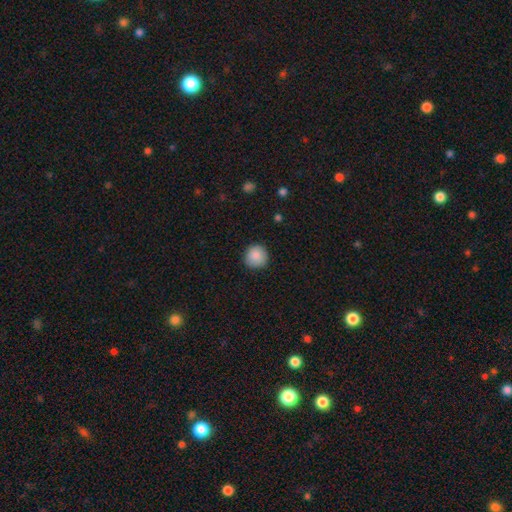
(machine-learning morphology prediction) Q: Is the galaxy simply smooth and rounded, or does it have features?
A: smooth — 88%.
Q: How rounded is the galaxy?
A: round — 94%.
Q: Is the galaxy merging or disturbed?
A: none — 88%.